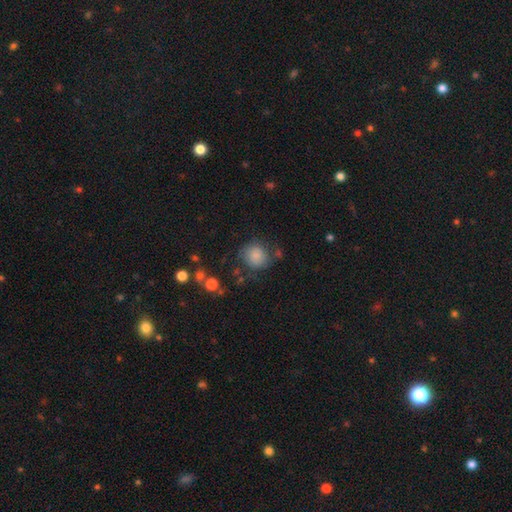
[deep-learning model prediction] This is clearly a smooth galaxy (81%). How rounded: clearly round (85%). Merging: likely none (69%).